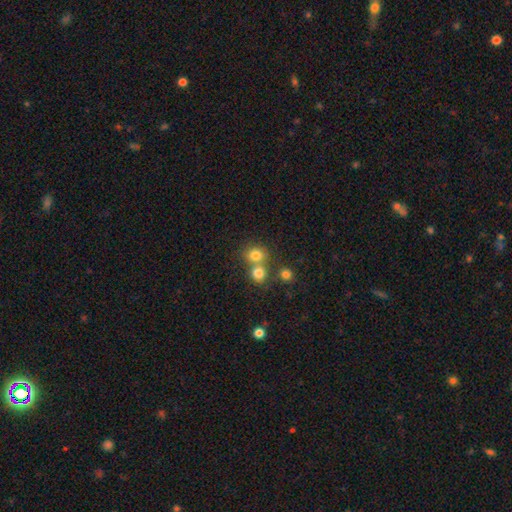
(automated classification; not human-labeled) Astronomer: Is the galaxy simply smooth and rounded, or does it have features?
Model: smooth — 78%.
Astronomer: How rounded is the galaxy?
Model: round — 77%.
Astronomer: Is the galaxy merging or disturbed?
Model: none — 51% (runner-up: merger, 38%).